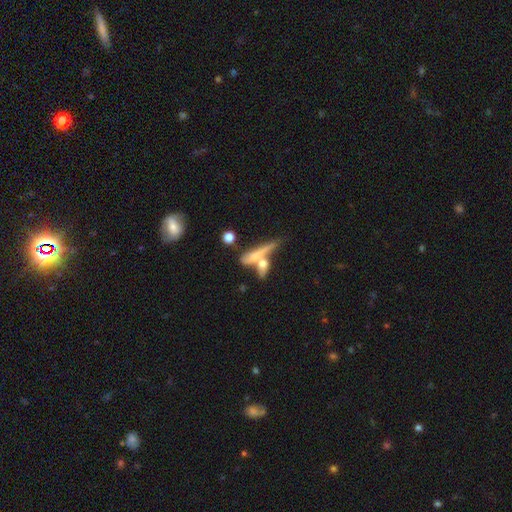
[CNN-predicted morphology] The model was most divided on "merging": merger: 46%, none: 32%, minor disturbance: 12%, major disturbance: 9%. More confident: how rounded — cigar-shaped (67%); smooth or featured — smooth (55%).